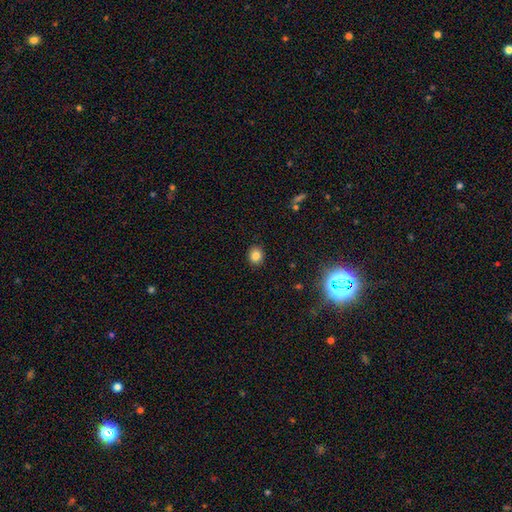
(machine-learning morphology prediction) This is clearly a smooth galaxy (83%). How rounded: likely round (70%). Merging: clearly none (90%).